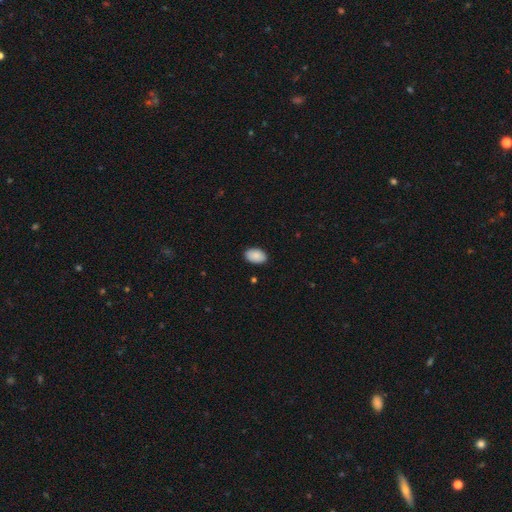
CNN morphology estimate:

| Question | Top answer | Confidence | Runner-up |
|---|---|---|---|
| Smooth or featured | smooth | 90% | star or artifact (6%) |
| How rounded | in between | 90% | round (8%) |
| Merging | none | 89% | minor disturbance (8%) |